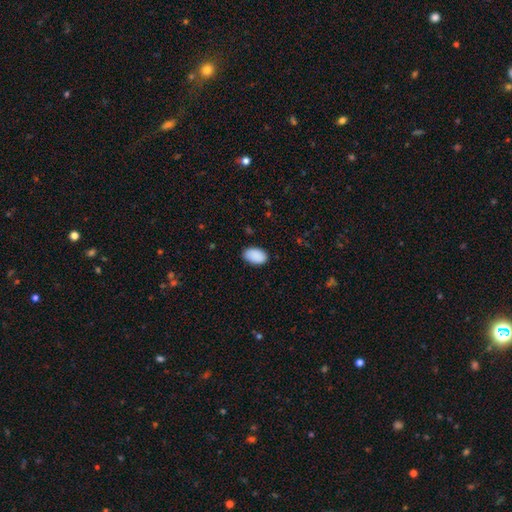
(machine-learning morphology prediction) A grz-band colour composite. It shows a smooth galaxy with no disk features (91%) that is in between round and cigar-shaped (94%). Merging: none (85%).